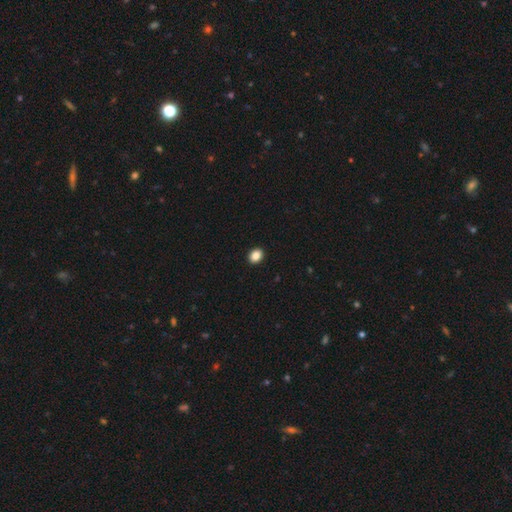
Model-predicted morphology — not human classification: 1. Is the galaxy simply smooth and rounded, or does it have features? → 87% smooth, 10% star or artifact, 4% featured or disk.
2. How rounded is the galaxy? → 50% round, 49% in between, 1% cigar-shaped.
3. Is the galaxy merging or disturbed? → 93% none, 5% minor disturbance, 1% major disturbance, 1% merger.